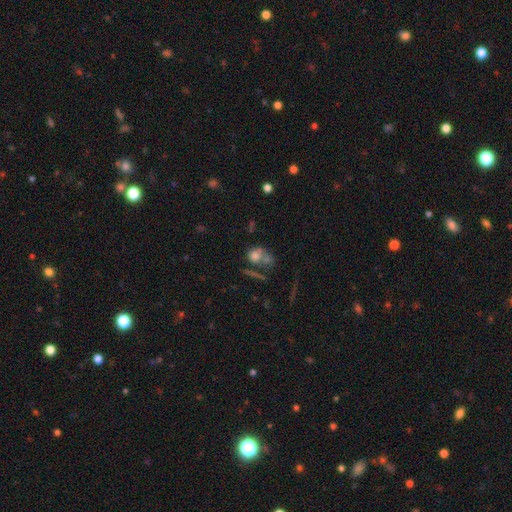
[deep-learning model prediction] smooth_or_featured: smooth (p=0.63) [alt: featured or disk p=0.22]
how_rounded: round (p=0.55) [alt: in between p=0.42]
merging: none (p=0.35) [alt: merger p=0.33]